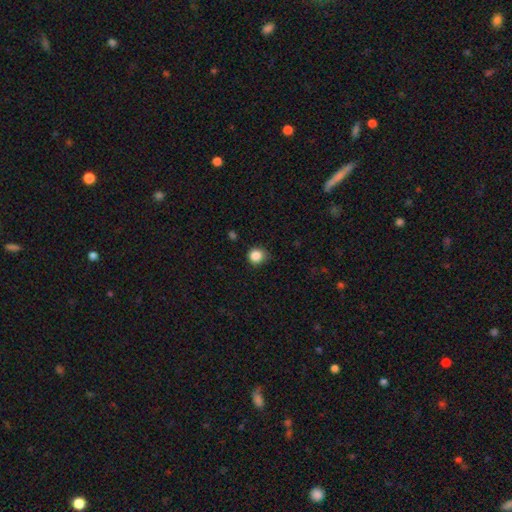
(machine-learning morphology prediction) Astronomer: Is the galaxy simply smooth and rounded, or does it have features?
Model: smooth — 86%.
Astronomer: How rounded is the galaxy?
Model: round — 89%.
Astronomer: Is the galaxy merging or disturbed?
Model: none — 79%.